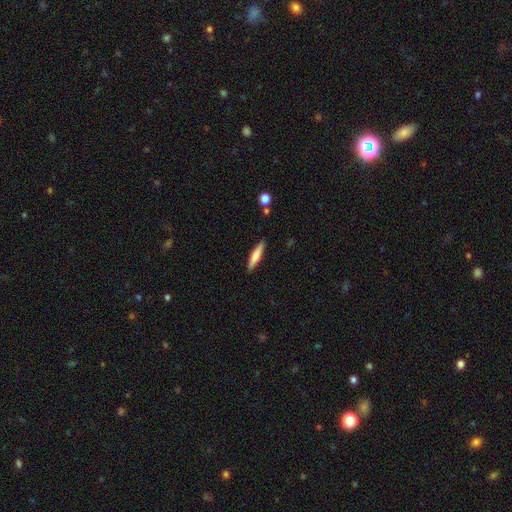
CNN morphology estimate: This appears to be a smooth galaxy with no disk features (71%) that is cigar-shaped (85%). Merging: none (89%).